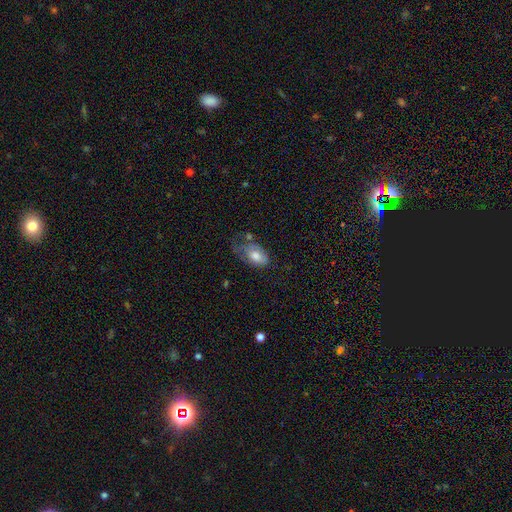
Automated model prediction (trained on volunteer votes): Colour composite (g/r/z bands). It shows a smooth galaxy with no disk features (65%) that is in between round and cigar-shaped (91%). Merging: minor disturbance (35%).